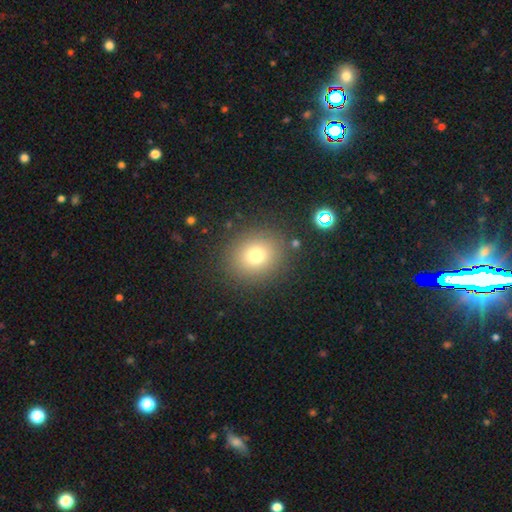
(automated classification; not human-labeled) A smooth galaxy with no disk features (74%) that is round (82%).

Vote fractions:
- Smooth or featured? smooth: 74% / star or artifact: 15% / featured or disk: 11%
- How rounded? round: 82% / in between: 17% / cigar-shaped: 1%
- Merging? none: 86% / minor disturbance: 8% / major disturbance: 4% / merger: 2%